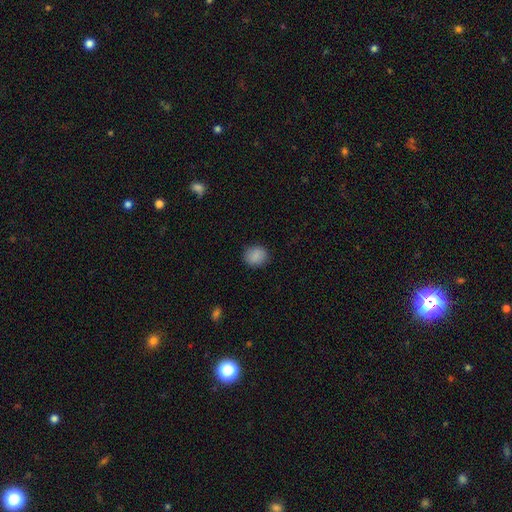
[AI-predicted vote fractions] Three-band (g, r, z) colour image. It shows a smooth galaxy with no disk features (87%) that is round (78%). Merging: none (89%).